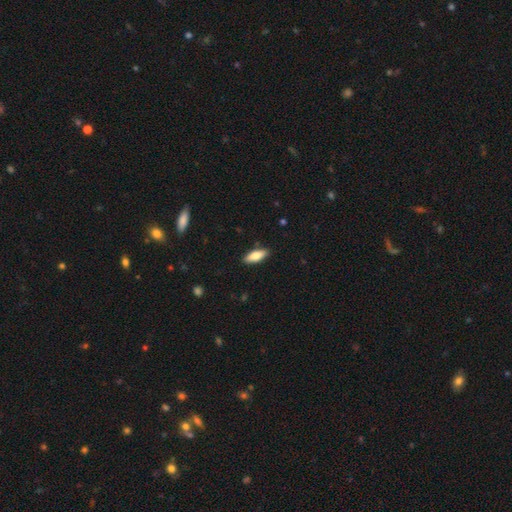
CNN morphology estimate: This is likely a smooth galaxy (78%). How rounded: likely in between (73%). Merging: clearly none (88%).